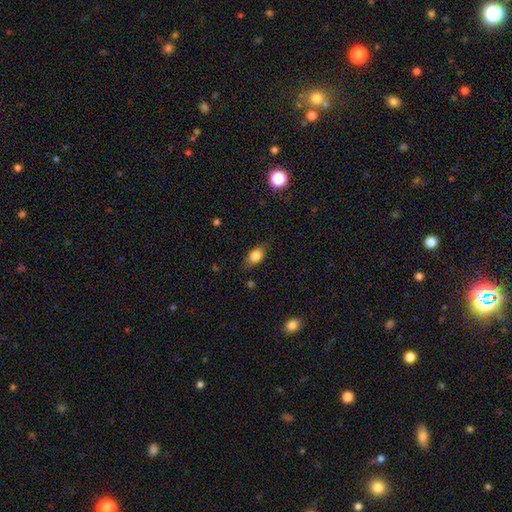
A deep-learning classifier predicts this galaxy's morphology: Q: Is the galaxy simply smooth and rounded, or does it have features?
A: smooth — 79%.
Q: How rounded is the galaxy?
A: in between — 80%.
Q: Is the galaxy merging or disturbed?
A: none — 75%.